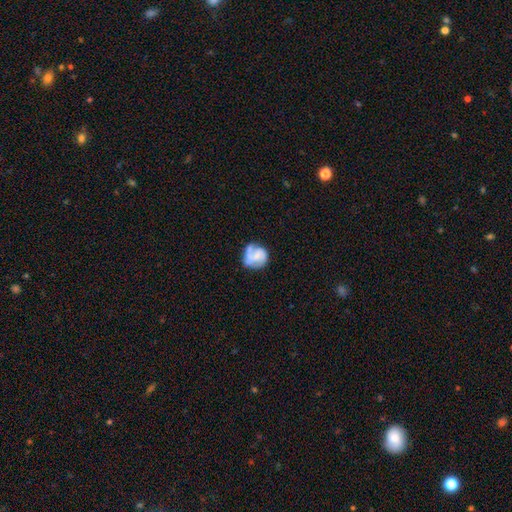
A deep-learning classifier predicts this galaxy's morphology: Smooth or featured? Predicted: featured or disk (p=0.63). Edge-on disk? Predicted: no (p=0.98). Bar? Predicted: no (p=0.63). Spiral arms? Predicted: yes (p=0.84). Spiral winding? Predicted: medium (p=0.43). Spiral arm count? Predicted: 2 (p=0.49). Bulge size? Predicted: small (p=0.44). Merging? Predicted: none (p=0.52).